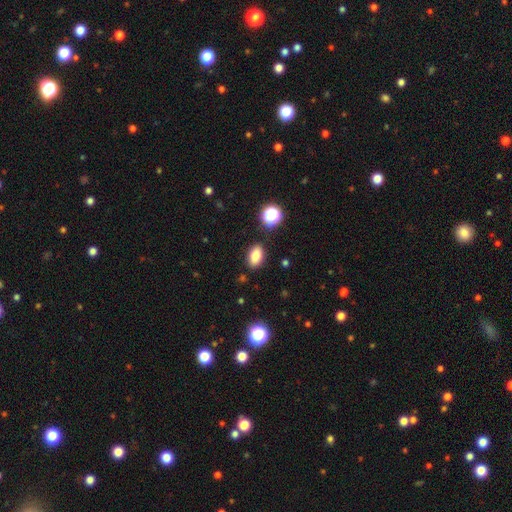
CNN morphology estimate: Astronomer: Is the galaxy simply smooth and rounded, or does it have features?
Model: smooth — 83%.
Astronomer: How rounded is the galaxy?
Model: in between — 88%.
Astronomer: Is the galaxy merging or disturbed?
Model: none — 86%.